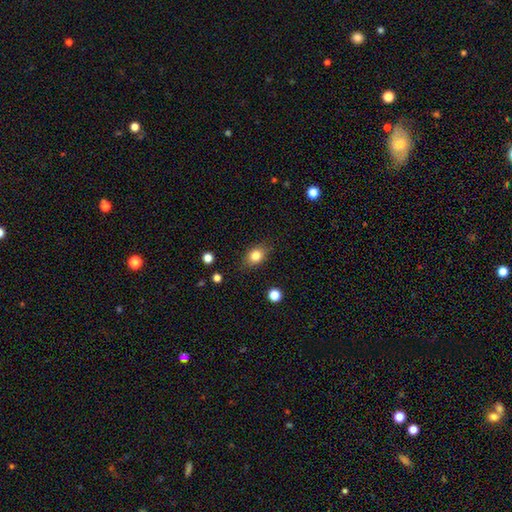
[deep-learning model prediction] smooth-or-featured: smooth: 81% | star or artifact: 10% | featured or disk: 9%
  how-rounded: in between: 63% | round: 35% | cigar-shaped: 2%
  merging: none: 82% | minor disturbance: 13% | major disturbance: 3% | merger: 1%